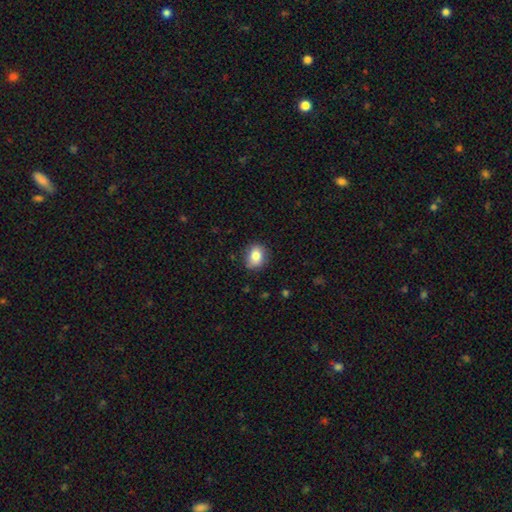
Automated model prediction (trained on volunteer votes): Smooth or featured? smooth (83%)
How rounded? round (54%)
Merging? none (83%)